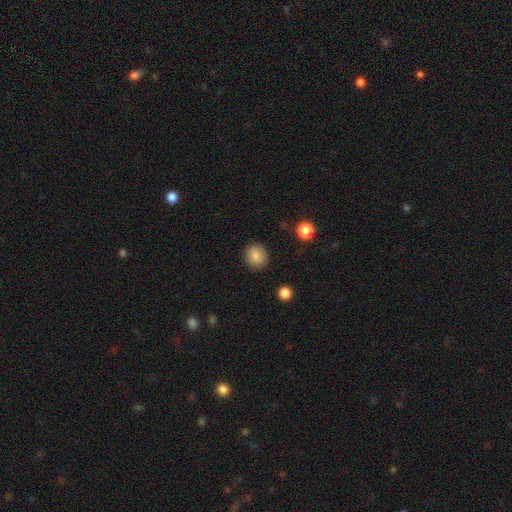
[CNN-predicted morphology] Overall: smooth (86%). How rounded: round (82%). Merging: none (89%).